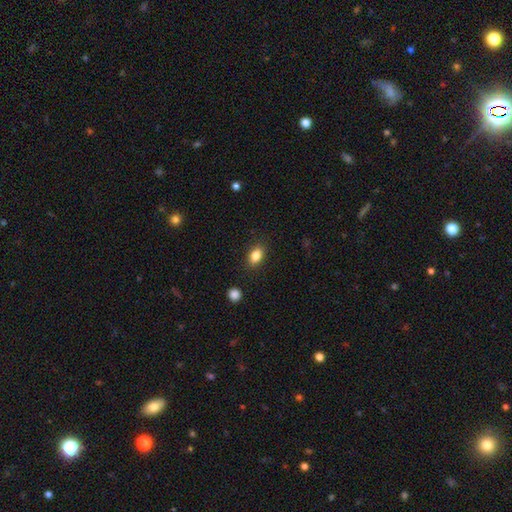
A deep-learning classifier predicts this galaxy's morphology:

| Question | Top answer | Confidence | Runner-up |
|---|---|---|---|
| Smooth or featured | smooth | 84% | star or artifact (9%) |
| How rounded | in between | 82% | round (15%) |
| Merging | none | 87% | minor disturbance (9%) |